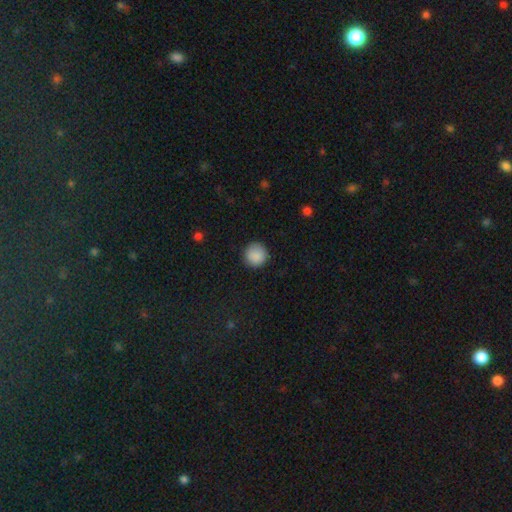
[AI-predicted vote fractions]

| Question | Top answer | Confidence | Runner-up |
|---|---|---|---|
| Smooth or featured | smooth | 89% | star or artifact (8%) |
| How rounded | round | 94% | in between (5%) |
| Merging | none | 89% | minor disturbance (8%) |